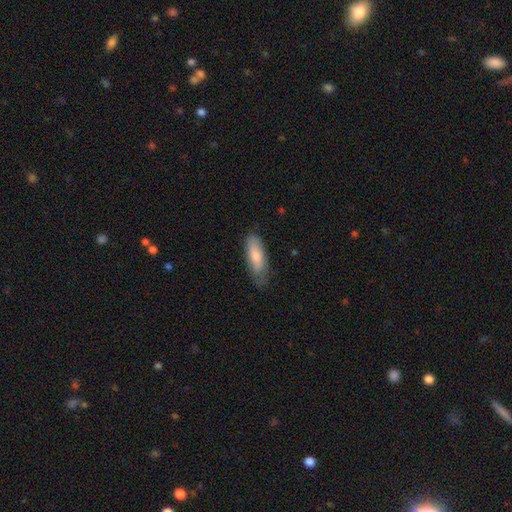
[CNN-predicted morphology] smooth 75%, featured or disk 19%, star or artifact 6%. Down the decision tree: how rounded — in between (56%); merging — none (71%).